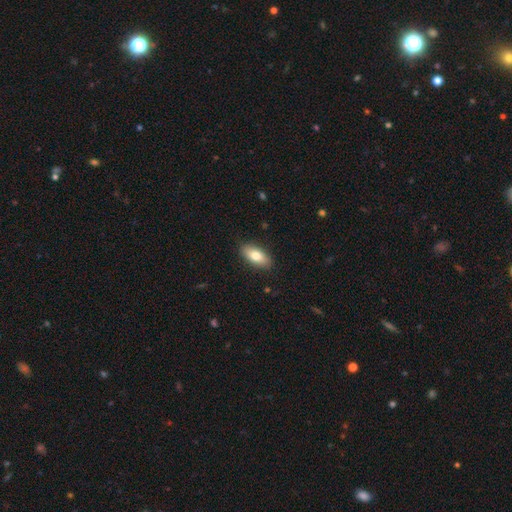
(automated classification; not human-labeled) Q: Smooth or featured?
A: smooth (78%); runner-up: featured or disk (15%)
Q: How rounded?
A: in between (87%); runner-up: cigar-shaped (10%)
Q: Merging?
A: none (88%); runner-up: minor disturbance (9%)